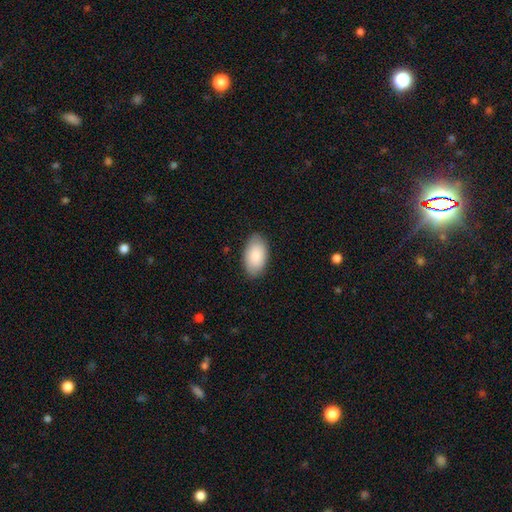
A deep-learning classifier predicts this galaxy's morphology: Overall: smooth (88%). How rounded: in between (96%). Merging: none (85%).